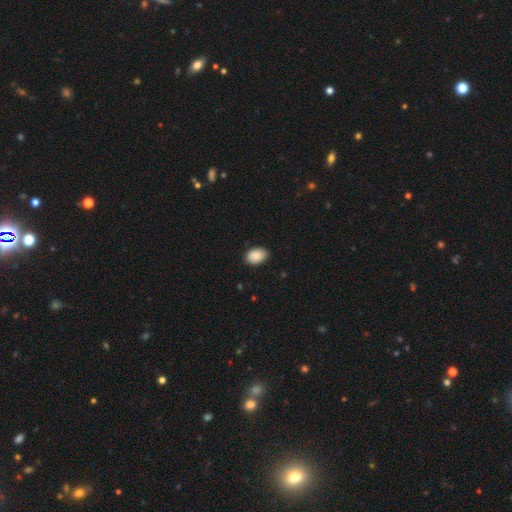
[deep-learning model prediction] This is clearly a smooth galaxy (90%). How rounded: clearly in between (85%). Merging: clearly none (86%).